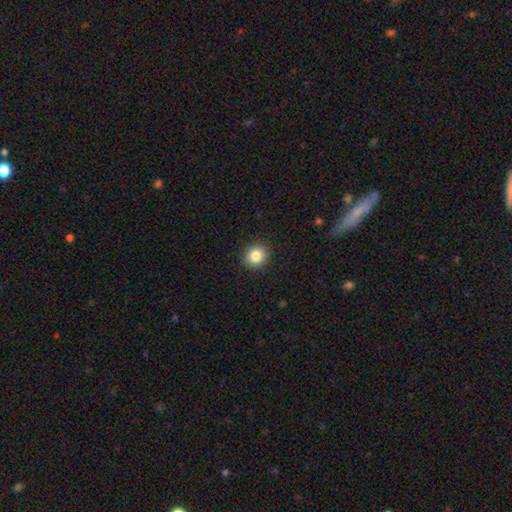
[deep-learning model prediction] This is clearly a smooth galaxy (85%). How rounded: clearly round (82%). Merging: clearly none (91%).